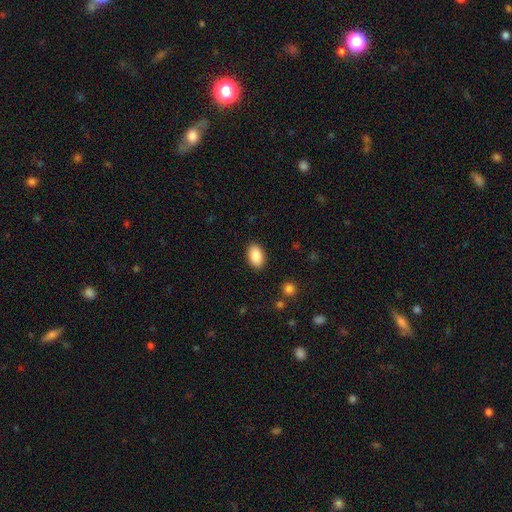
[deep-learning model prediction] A smooth galaxy with no disk features (89%) that is in between round and cigar-shaped (93%). Merging: none (89%).